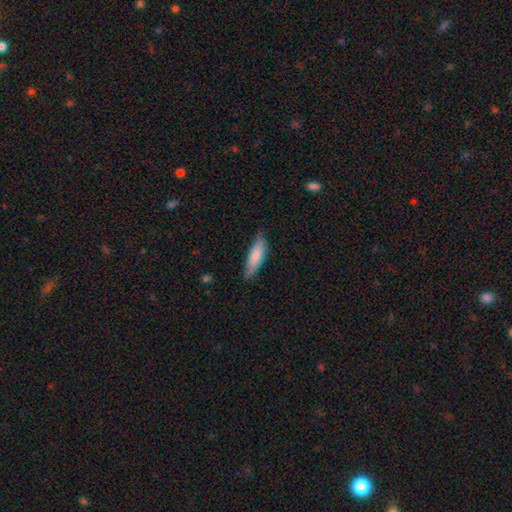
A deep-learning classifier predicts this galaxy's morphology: This appears to be a smooth galaxy with no disk features (80%) that is cigar-shaped (52%). Merging: none (77%).